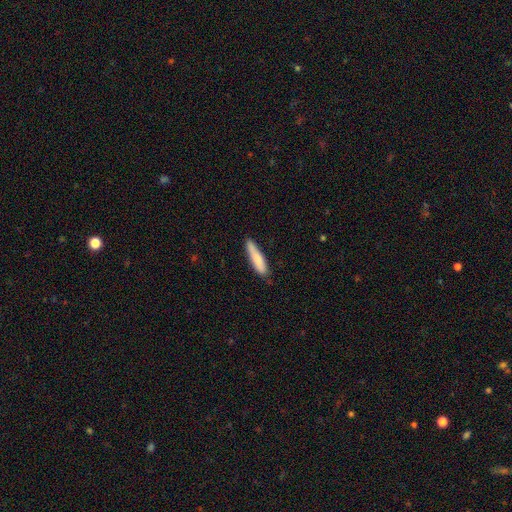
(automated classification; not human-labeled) smooth-or-featured: smooth: 81% | featured or disk: 14% | star or artifact: 5%
  how-rounded: cigar-shaped: 84% | in between: 14% | round: 1%
  merging: none: 78% | minor disturbance: 18% | major disturbance: 2% | merger: 2%